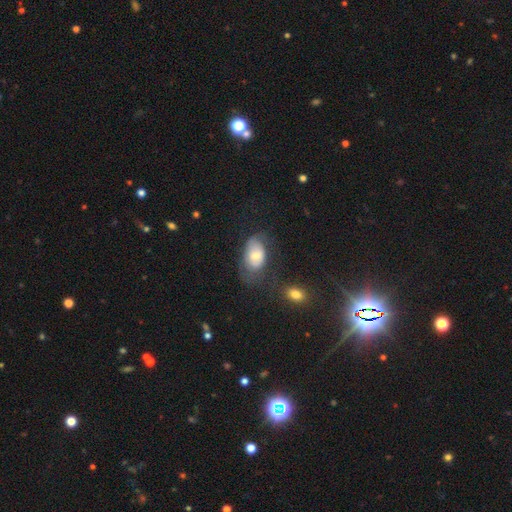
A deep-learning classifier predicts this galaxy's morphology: smooth 61%, featured or disk 31%, star or artifact 8%. Down the decision tree: how rounded — in between (90%); merging — none (42%).